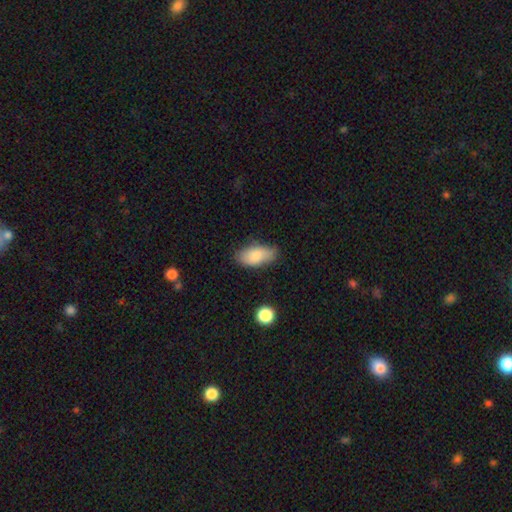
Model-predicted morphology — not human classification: smooth_or_featured: smooth (p=0.81) [alt: featured or disk p=0.12]
how_rounded: in between (p=0.92) [alt: cigar-shaped p=0.06]
merging: none (p=0.74) [alt: minor disturbance p=0.20]